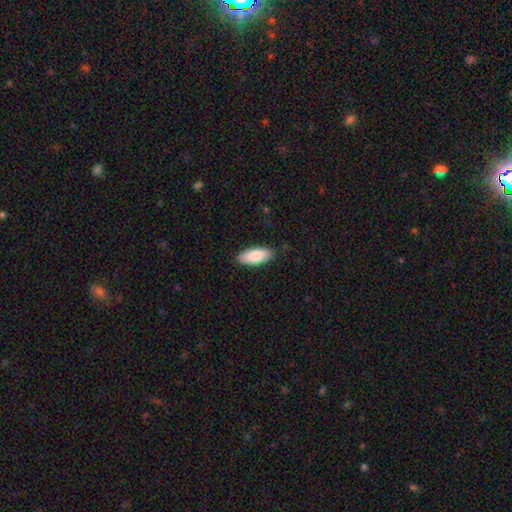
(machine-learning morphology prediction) Q: Smooth or featured?
A: smooth (83%); runner-up: featured or disk (11%)
Q: How rounded?
A: in between (86%); runner-up: cigar-shaped (12%)
Q: Merging?
A: none (87%); runner-up: minor disturbance (10%)